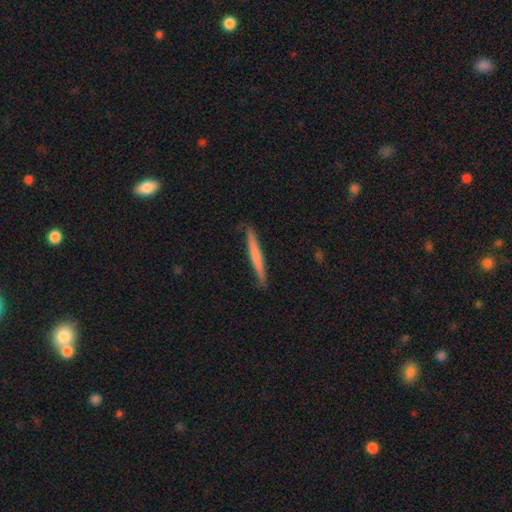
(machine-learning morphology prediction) The model was most divided on "smooth or featured": smooth: 58%, featured or disk: 37%, star or artifact: 5%. More confident: how rounded — cigar-shaped (97%); merging — none (87%).